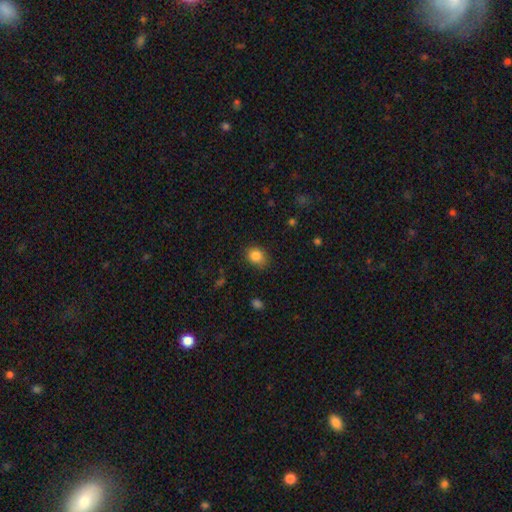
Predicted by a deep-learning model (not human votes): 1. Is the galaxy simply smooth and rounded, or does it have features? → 85% smooth, 10% star or artifact, 5% featured or disk.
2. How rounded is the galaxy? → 50% round, 49% in between, 1% cigar-shaped.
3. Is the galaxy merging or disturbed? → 77% none, 18% minor disturbance, 4% major disturbance, 1% merger.